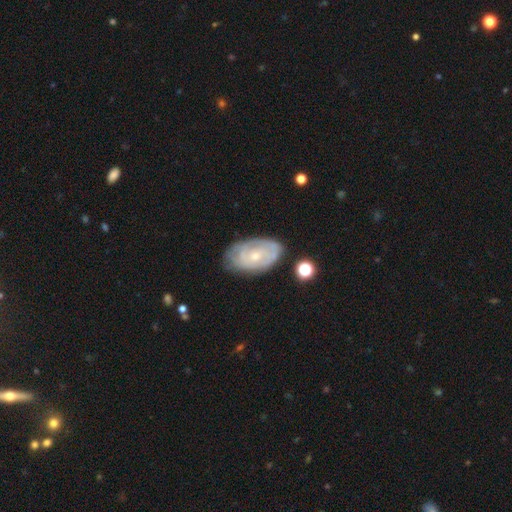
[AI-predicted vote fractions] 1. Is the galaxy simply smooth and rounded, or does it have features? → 63% featured or disk, 30% smooth, 7% star or artifact.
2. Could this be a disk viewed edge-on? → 94% no, 6% yes.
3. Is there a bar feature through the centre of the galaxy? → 79% no, 18% weak, 3% strong.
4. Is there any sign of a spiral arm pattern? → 67% yes, 33% no.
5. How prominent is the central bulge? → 66% small, 29% moderate, 2% none, 1% large, 1% dominant.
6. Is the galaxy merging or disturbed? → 69% none, 22% minor disturbance, 6% major disturbance, 3% merger.